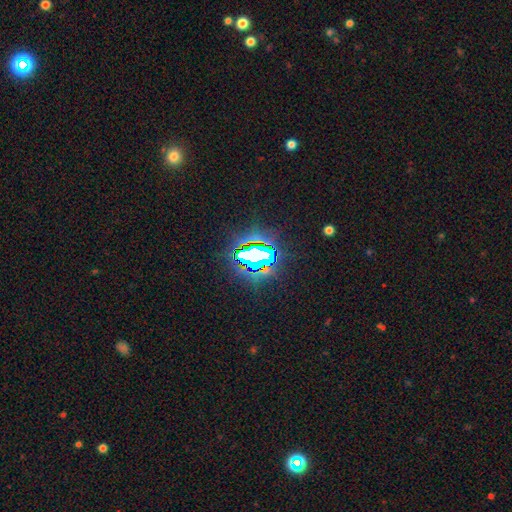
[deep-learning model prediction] Smooth or featured? Predicted: star or artifact (p=0.73).